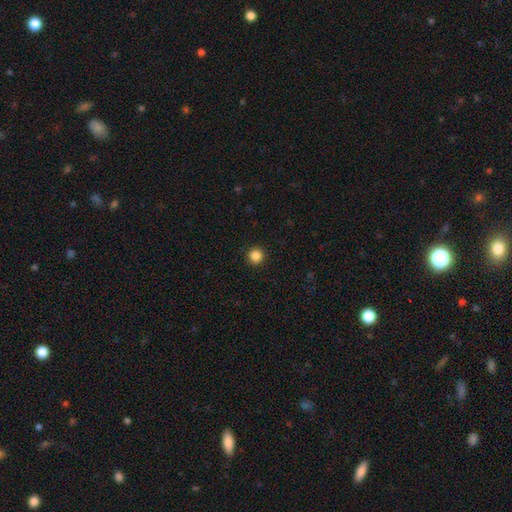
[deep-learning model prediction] The model was most divided on "smooth or featured": smooth: 86%, star or artifact: 11%, featured or disk: 3%. More confident: how rounded — round (96%); merging — none (93%).